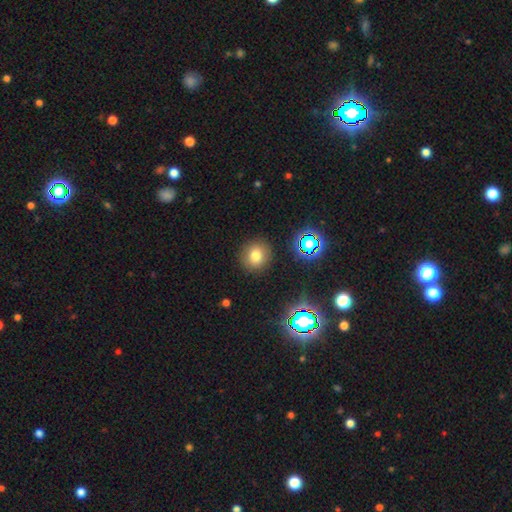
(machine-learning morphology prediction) This is likely a smooth galaxy (76%). How rounded: clearly round (88%). Merging: clearly none (89%).